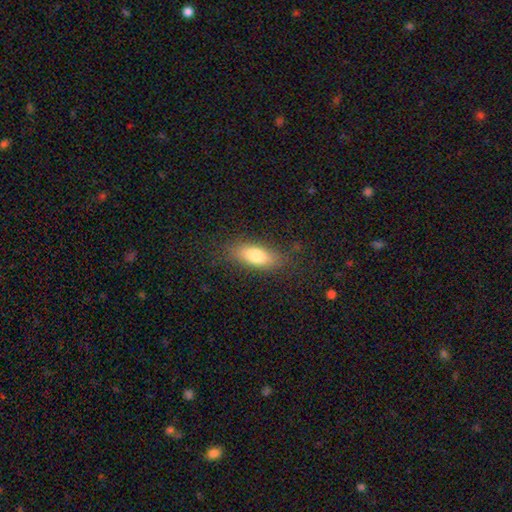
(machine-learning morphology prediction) Smooth or featured? Predicted: smooth (p=0.76). How rounded? Predicted: in between (p=0.74). Merging? Predicted: none (p=0.82).